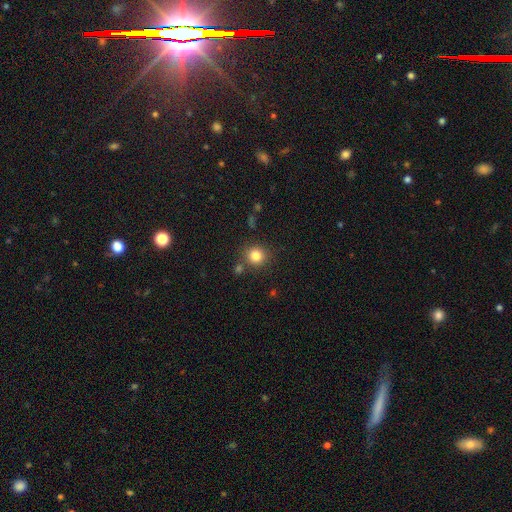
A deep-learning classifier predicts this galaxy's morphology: This appears to be a smooth galaxy with no disk features (82%) that is round (90%). Merging: none (81%).